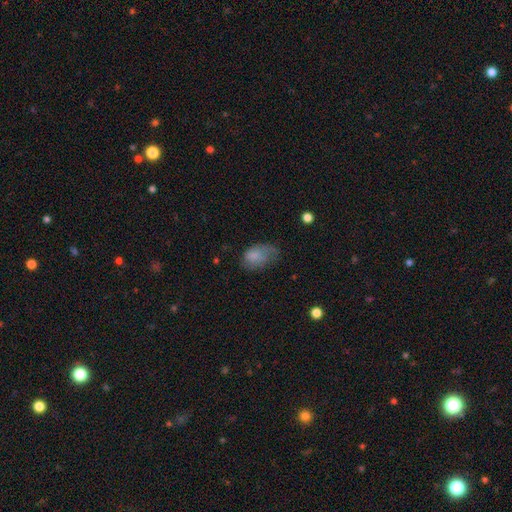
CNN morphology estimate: A smooth galaxy with no disk features (73%) that is in between round and cigar-shaped (87%). Merging: none (39%).